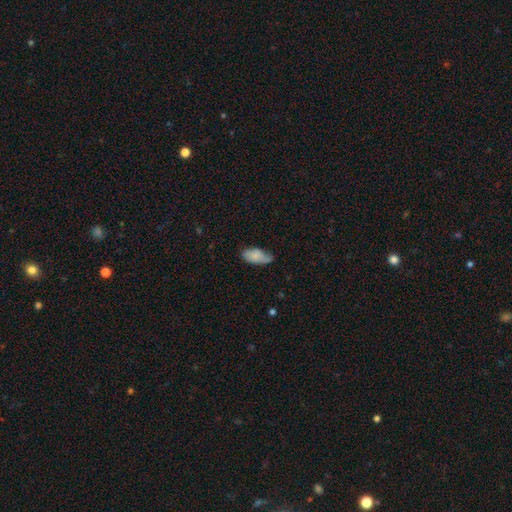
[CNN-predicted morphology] A smooth galaxy with no disk features (76%) that is in between round and cigar-shaped (91%).

Vote fractions:
- Smooth or featured? smooth: 76% / featured or disk: 18% / star or artifact: 7%
- How rounded? in between: 91% / cigar-shaped: 7% / round: 3%
- Merging? none: 52% / minor disturbance: 36% / major disturbance: 9% / merger: 3%